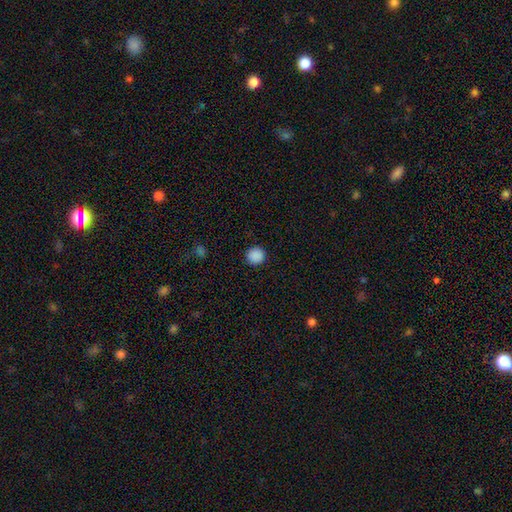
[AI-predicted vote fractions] Smooth or featured? Predicted: smooth (p=0.89). How rounded? Predicted: round (p=0.94). Merging? Predicted: none (p=0.92).